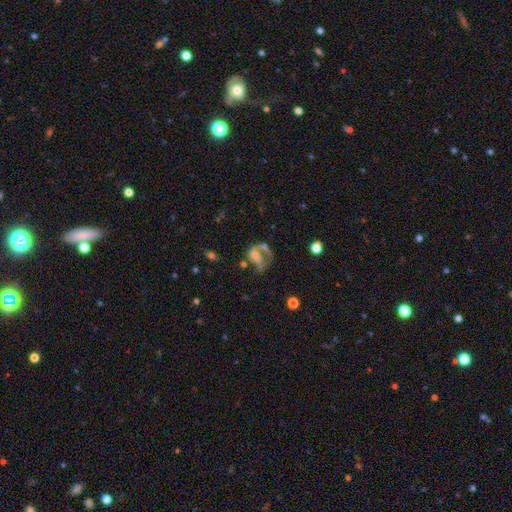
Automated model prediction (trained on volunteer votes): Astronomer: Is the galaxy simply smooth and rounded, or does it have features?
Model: featured or disk — 54% (runner-up: smooth, 32%).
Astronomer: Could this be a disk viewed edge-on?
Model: no — 97%.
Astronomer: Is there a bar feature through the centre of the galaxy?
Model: no — 68%.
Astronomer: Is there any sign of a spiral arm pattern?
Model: no — 53% (runner-up: yes, 47%).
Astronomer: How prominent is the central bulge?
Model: none — 43% (runner-up: small, 27%).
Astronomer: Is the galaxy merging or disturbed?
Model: major disturbance — 43% (runner-up: merger, 24%).